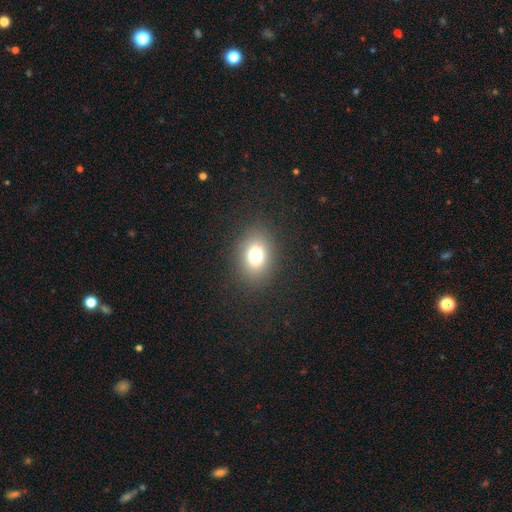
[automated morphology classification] Smooth or featured? smooth (74%)
How rounded? in between (60%)
Merging? none (85%)